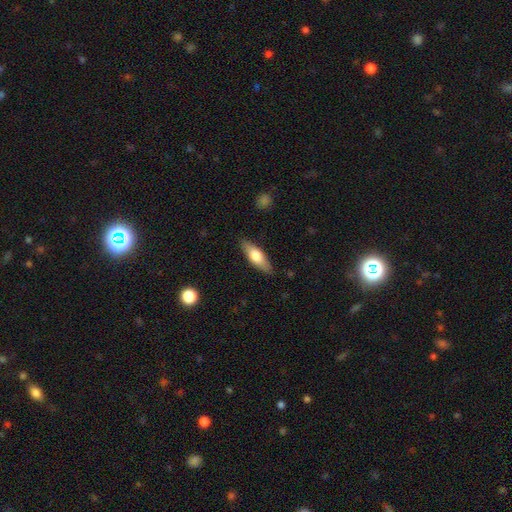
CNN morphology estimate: A smooth galaxy with no disk features (64%) that is in between round and cigar-shaped (58%).

Vote fractions:
- Smooth or featured? smooth: 64% / featured or disk: 30% / star or artifact: 6%
- How rounded? in between: 58% / cigar-shaped: 40% / round: 2%
- Merging? none: 85% / minor disturbance: 11% / major disturbance: 2% / merger: 1%